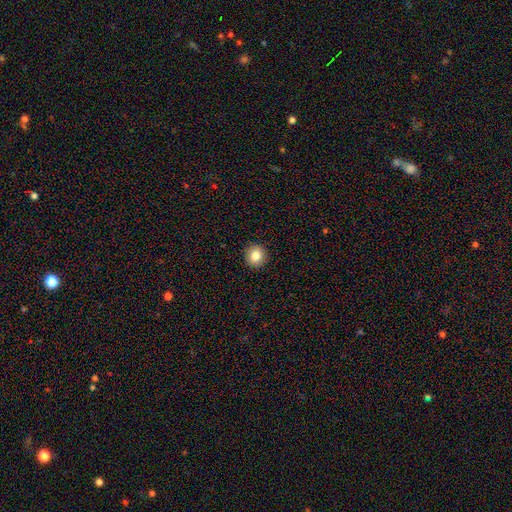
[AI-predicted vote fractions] A smooth galaxy with no disk features (83%) that is round (90%). Merging: none (93%).